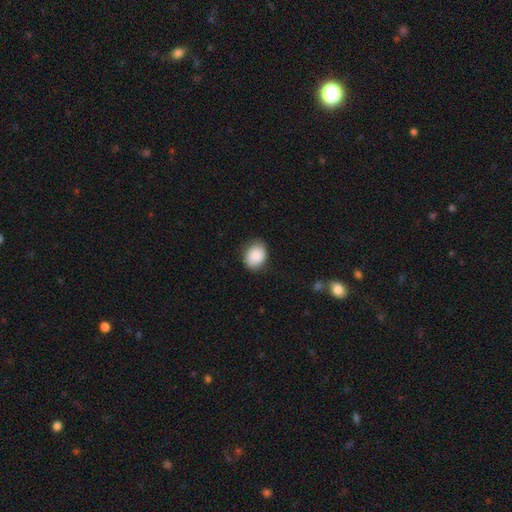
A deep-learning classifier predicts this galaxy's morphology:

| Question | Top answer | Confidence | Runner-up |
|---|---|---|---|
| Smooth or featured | smooth | 89% | star or artifact (7%) |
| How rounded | in between | 54% | round (45%) |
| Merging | none | 81% | minor disturbance (15%) |